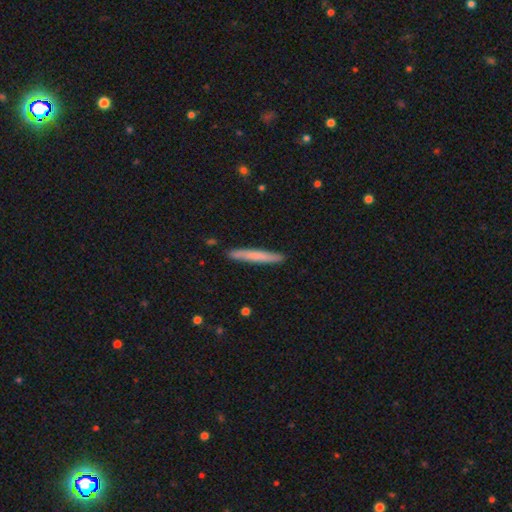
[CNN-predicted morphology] The model was most divided on "smooth or featured": smooth: 67%, featured or disk: 27%, star or artifact: 5%. More confident: how rounded — cigar-shaped (96%); merging — none (89%).